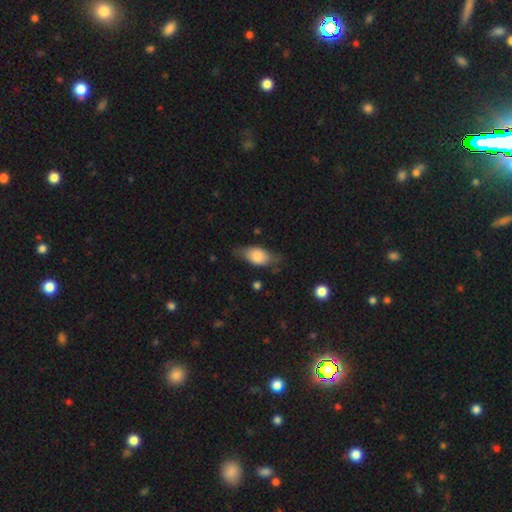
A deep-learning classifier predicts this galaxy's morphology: Q: Smooth or featured?
A: smooth (73%); runner-up: featured or disk (20%)
Q: How rounded?
A: in between (86%); runner-up: cigar-shaped (8%)
Q: Merging?
A: none (63%); runner-up: minor disturbance (27%)